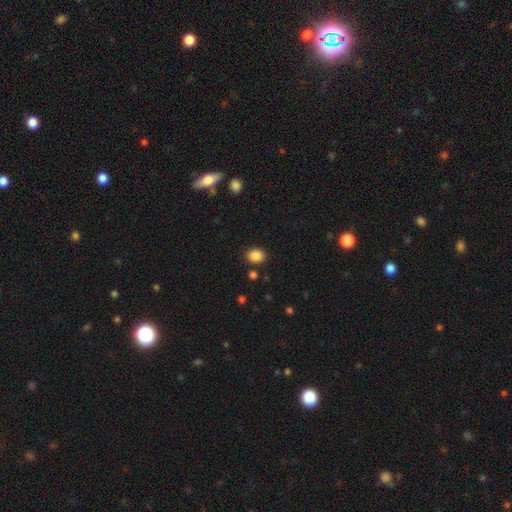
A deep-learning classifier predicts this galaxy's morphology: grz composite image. It shows a smooth galaxy with no disk features (87%) that is round (54%). Merging: none (86%).